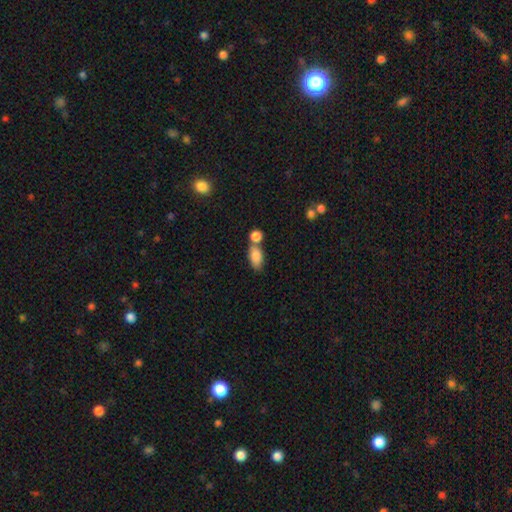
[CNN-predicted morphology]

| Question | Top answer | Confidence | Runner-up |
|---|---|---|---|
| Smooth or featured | smooth | 84% | featured or disk (8%) |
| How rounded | in between | 89% | round (7%) |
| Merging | merger | 44% | none (40%) |